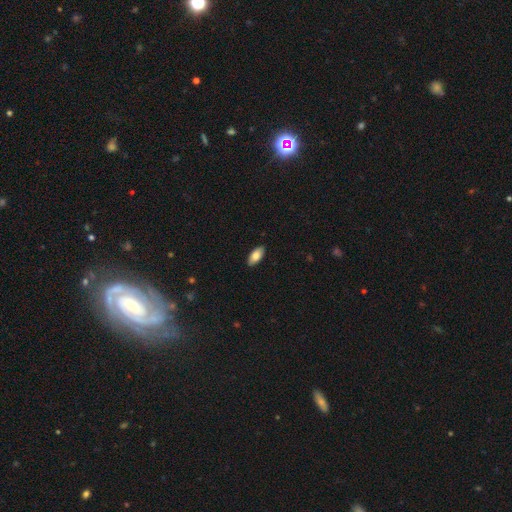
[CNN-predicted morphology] Overall: smooth (80%). How rounded: in between (91%). Merging: none (89%).